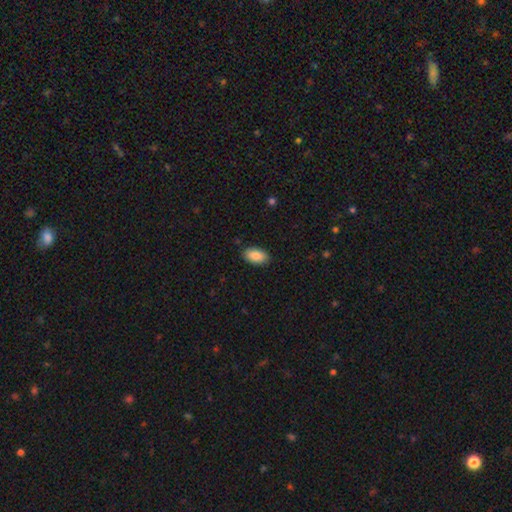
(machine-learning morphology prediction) Q: Smooth or featured?
A: smooth (88%); runner-up: star or artifact (7%)
Q: How rounded?
A: in between (94%); runner-up: round (4%)
Q: Merging?
A: none (88%); runner-up: minor disturbance (9%)